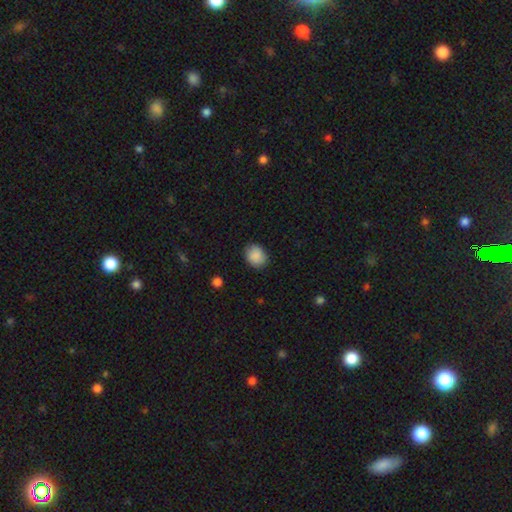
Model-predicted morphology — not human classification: A smooth galaxy with no disk features (89%) that is round (61%). Merging: none (85%).